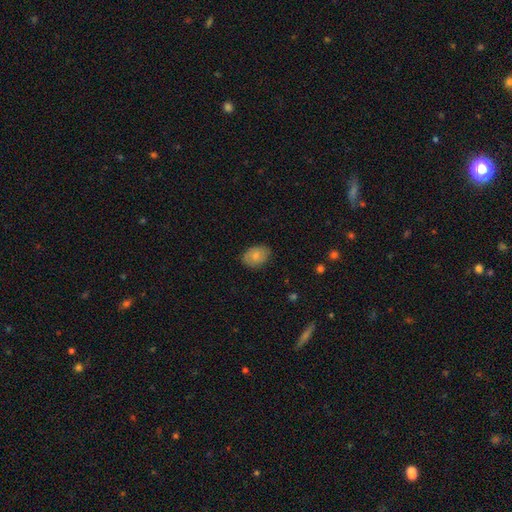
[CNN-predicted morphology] A smooth galaxy with no disk features (81%) that is in between round and cigar-shaped (76%). Merging: none (82%).